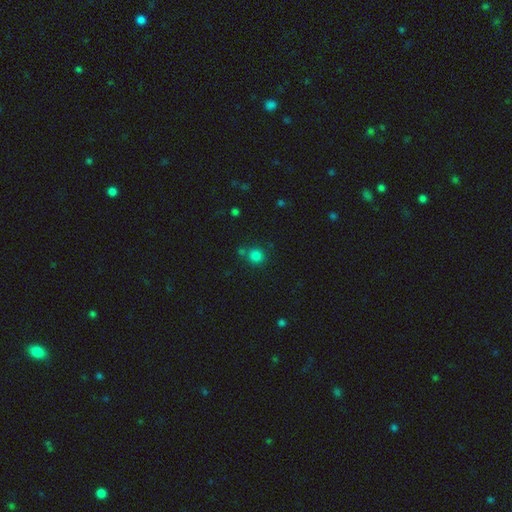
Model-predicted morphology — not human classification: A smooth galaxy with no disk features (81%) that is round (91%). Merging: none (72%).